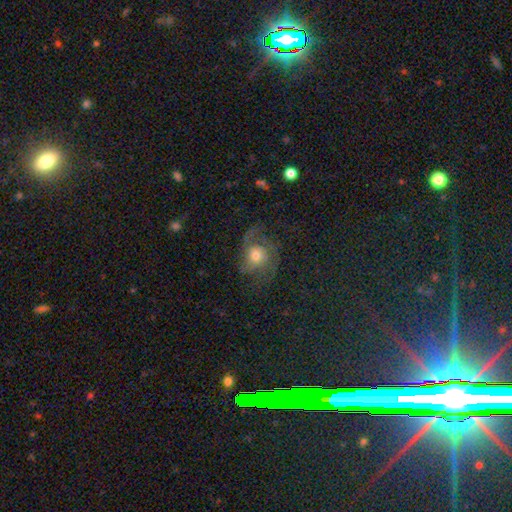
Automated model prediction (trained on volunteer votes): Smooth or featured?
  - featured or disk: 58% *
  - smooth: 29%
  - star or artifact: 13%
Edge-on disk?
  - no: 97% *
  - yes: 3%
Bar?
  - no: 80% *
  - weak: 16%
  - strong: 3%
Spiral arms?
  - yes: 83% *
  - no: 17%
Bulge size?
  - moderate: 56% *
  - small: 33%
  - large: 8%
  - dominant: 2%
  - none: 2%
Merging?
  - none: 49% *
  - major disturbance: 29%
  - minor disturbance: 20%
  - merger: 2%